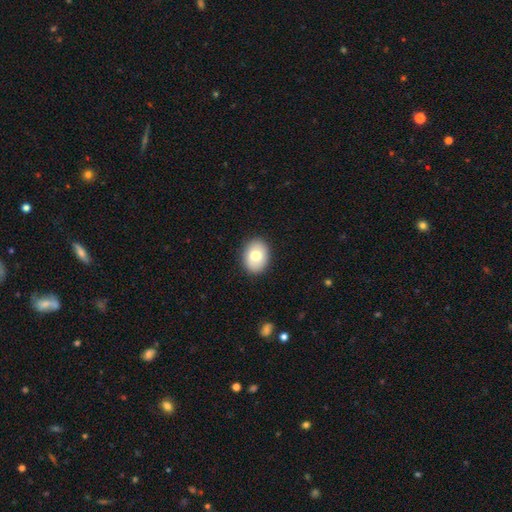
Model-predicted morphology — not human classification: This is likely a smooth galaxy (75%). How rounded: likely in between (63%). Merging: clearly none (89%).